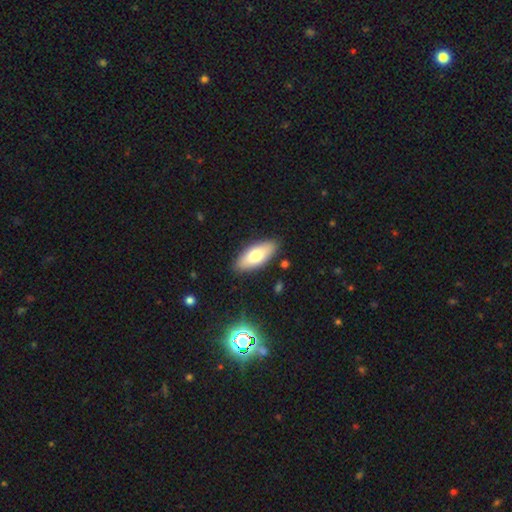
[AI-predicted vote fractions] Morphology: type=smooth (74%); roundness=in between (81%); merging=none (88%).